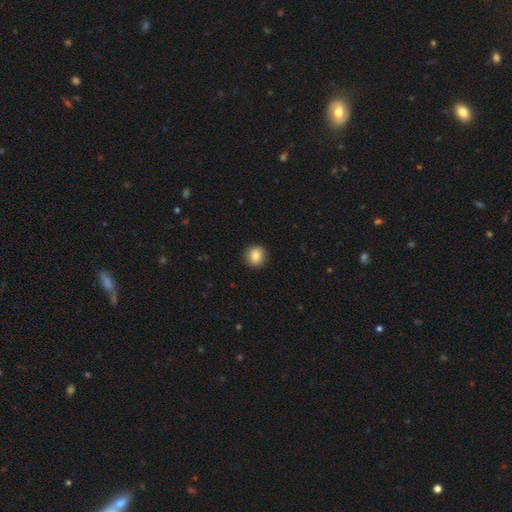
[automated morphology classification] Q: Smooth or featured?
A: smooth (85%); runner-up: star or artifact (9%)
Q: How rounded?
A: round (89%); runner-up: in between (10%)
Q: Merging?
A: none (92%); runner-up: minor disturbance (5%)